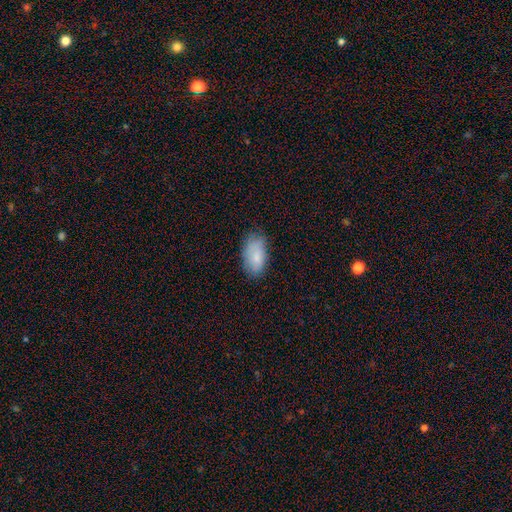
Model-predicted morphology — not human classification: A smooth galaxy with no disk features (83%) that is in between round and cigar-shaped (94%).

Vote fractions:
- Smooth or featured? smooth: 83% / featured or disk: 10% / star or artifact: 7%
- How rounded? in between: 94% / cigar-shaped: 3% / round: 3%
- Merging? none: 73% / minor disturbance: 22% / major disturbance: 5% / merger: 1%